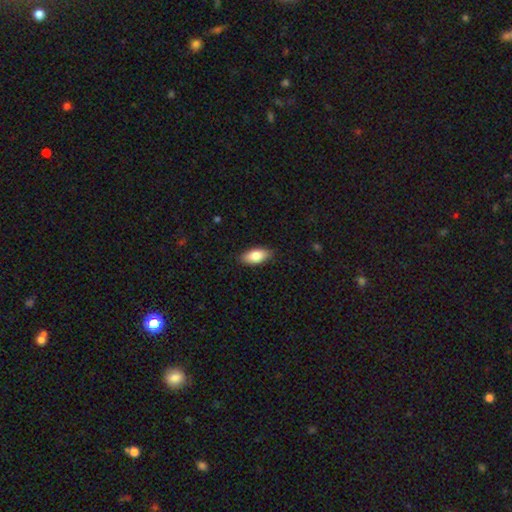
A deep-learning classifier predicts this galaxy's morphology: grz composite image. It shows a smooth galaxy with no disk features (83%) that is in between round and cigar-shaped (89%). Merging: none (88%).